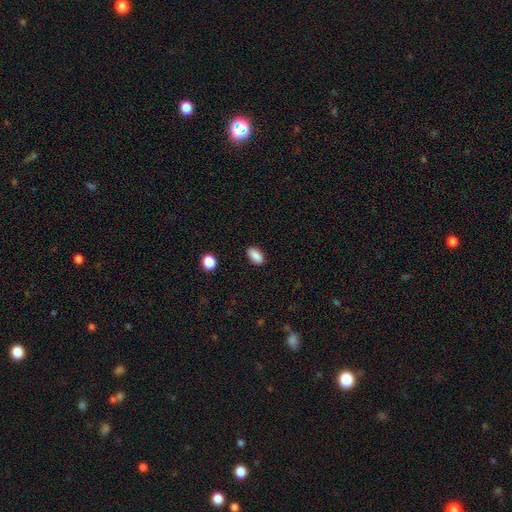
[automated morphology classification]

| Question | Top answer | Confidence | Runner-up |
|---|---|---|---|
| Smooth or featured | smooth | 88% | star or artifact (8%) |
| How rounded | in between | 92% | round (5%) |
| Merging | none | 88% | minor disturbance (9%) |